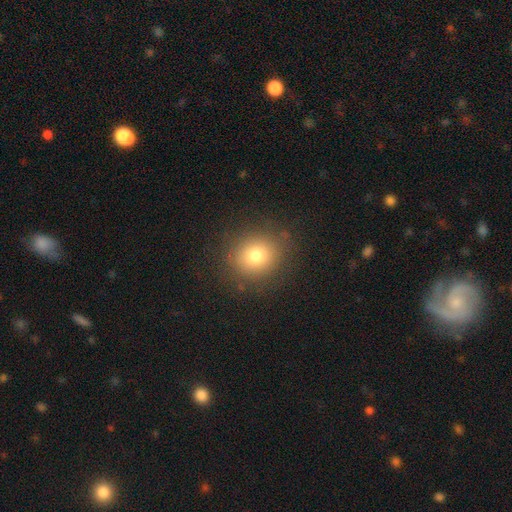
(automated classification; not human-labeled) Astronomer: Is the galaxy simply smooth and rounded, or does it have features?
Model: smooth — 78%.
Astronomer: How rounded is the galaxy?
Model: round — 80%.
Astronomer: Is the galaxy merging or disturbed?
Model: none — 86%.